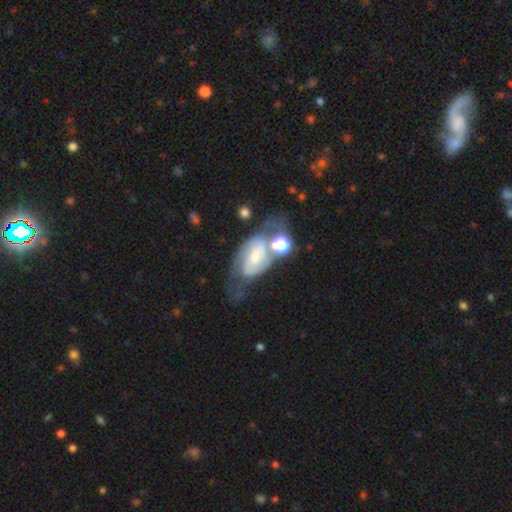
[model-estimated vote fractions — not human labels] This is likely a featured or disk galaxy (77%). It is clearly not viewed edge-on (95%). Bar: possibly weak (46%). Spiral arm pattern: clearly yes (93%). Spiral arm count: clearly 2 (82%). Spiral winding: possibly medium (48%). Central bulge: possibly small (49%). Merging: marginally none (44%).